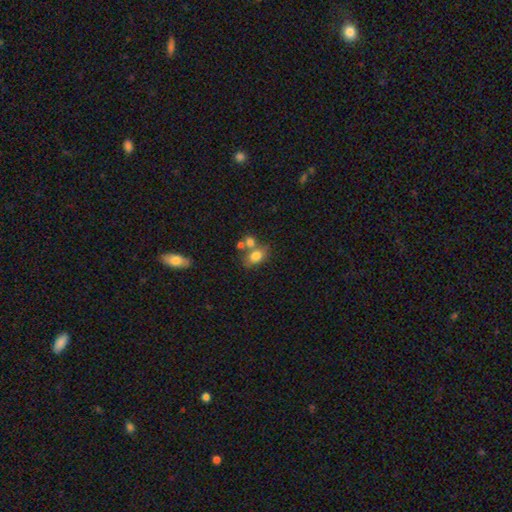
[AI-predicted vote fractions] Smooth or featured?
  - smooth: 75% *
  - featured or disk: 15%
  - star or artifact: 10%
How rounded?
  - in between: 76% *
  - round: 21%
  - cigar-shaped: 3%
Merging?
  - none: 46% *
  - merger: 33%
  - minor disturbance: 15%
  - major disturbance: 6%